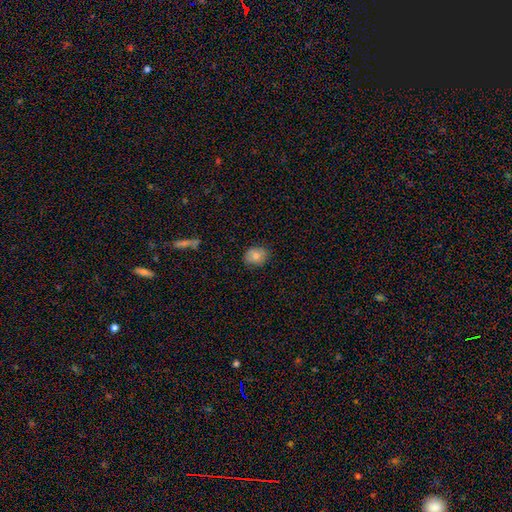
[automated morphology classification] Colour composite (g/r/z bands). It shows a smooth galaxy with no disk features (81%) that is round (55%). Merging: none (78%).